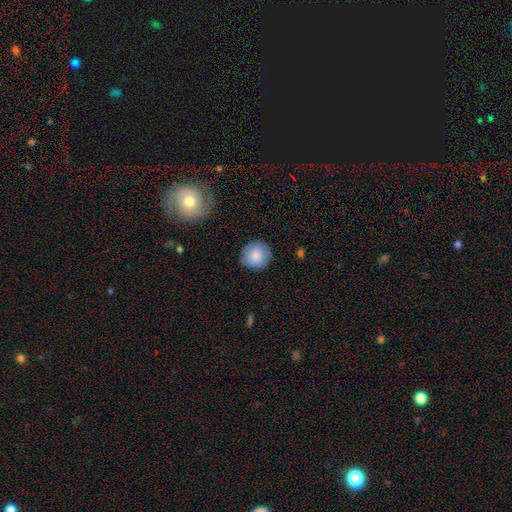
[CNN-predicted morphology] Smooth or featured? smooth (81%)
How rounded? round (91%)
Merging? none (83%)